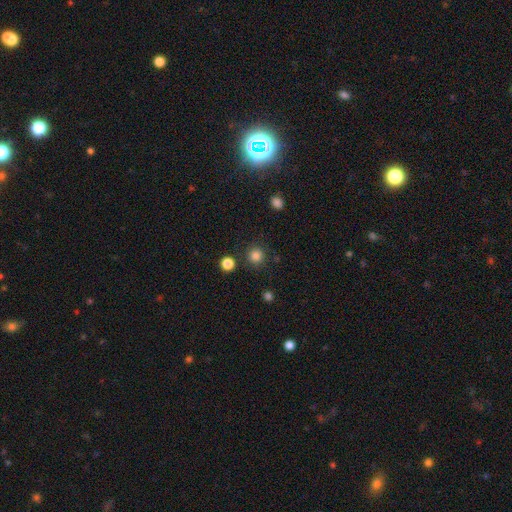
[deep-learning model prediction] Overall: smooth (83%). How rounded: round (94%). Merging: none (86%).